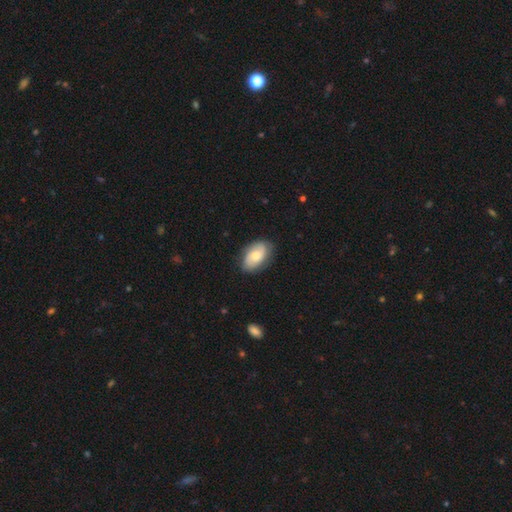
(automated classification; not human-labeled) Smooth or featured? smooth (52%)
How rounded? in between (90%)
Merging? none (79%)